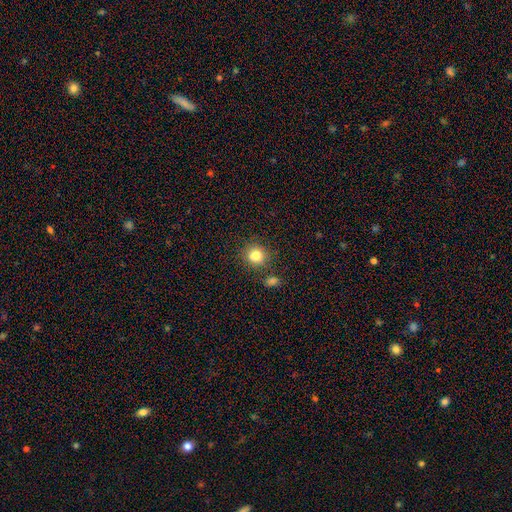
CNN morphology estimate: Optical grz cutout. It shows a smooth galaxy with no disk features (82%) that is round (82%). Merging: none (79%).